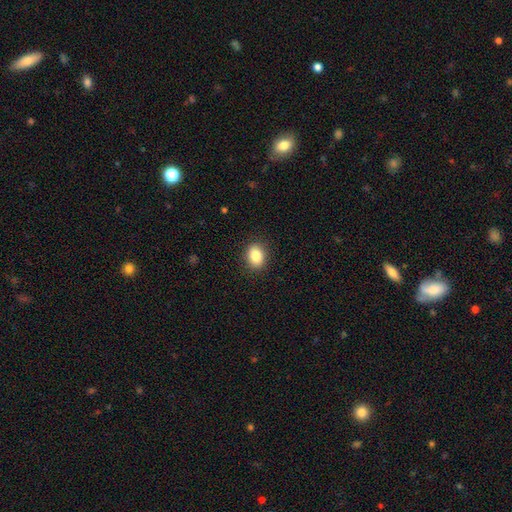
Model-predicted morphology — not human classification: A smooth galaxy with no disk features (86%) that is in between round and cigar-shaped (61%).

Vote fractions:
- Smooth or featured? smooth: 86% / star or artifact: 9% / featured or disk: 6%
- How rounded? in between: 61% / round: 38% / cigar-shaped: 1%
- Merging? none: 89% / minor disturbance: 8% / major disturbance: 2% / merger: 1%